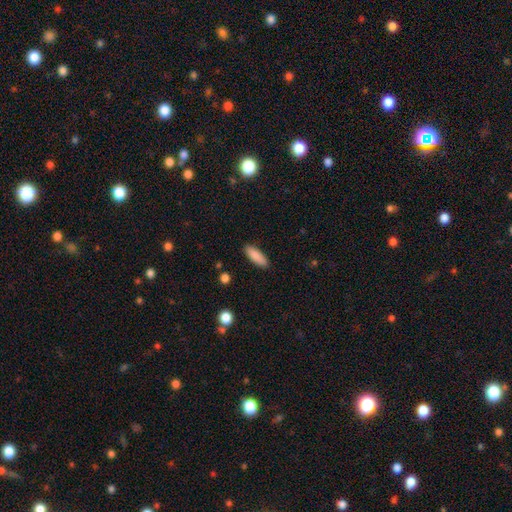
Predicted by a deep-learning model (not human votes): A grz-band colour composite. It shows a smooth galaxy with no disk features (87%) that is in between round and cigar-shaped (55%). Merging: none (89%).